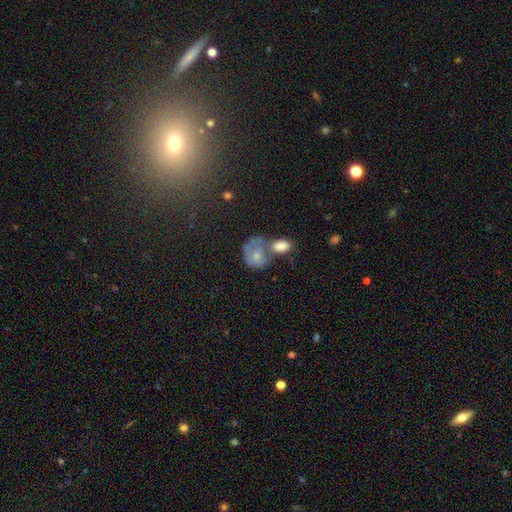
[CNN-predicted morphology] Smooth or featured?
  - smooth: 62% *
  - featured or disk: 29%
  - star or artifact: 9%
How rounded?
  - in between: 53% *
  - round: 46%
  - cigar-shaped: 1%
Merging?
  - merger: 49% *
  - none: 20%
  - major disturbance: 16%
  - minor disturbance: 15%